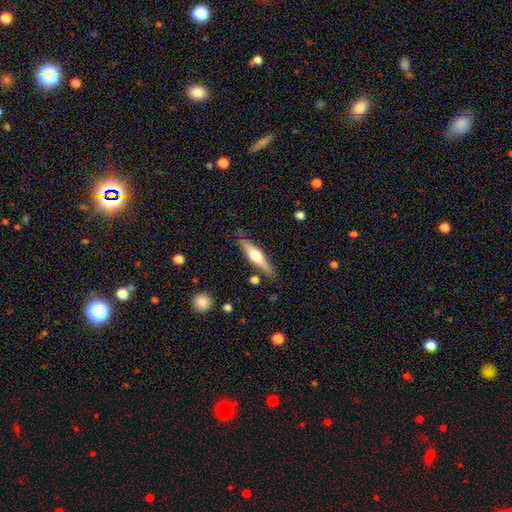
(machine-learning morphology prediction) Smooth or featured?
  - featured or disk: 55% *
  - smooth: 39%
  - star or artifact: 6%
Edge-on disk?
  - yes: 94% *
  - no: 6%
Edge-on bulge?
  - rounded: 93% *
  - boxy: 4%
  - none: 3%
Merging?
  - none: 82% *
  - minor disturbance: 12%
  - merger: 3%
  - major disturbance: 3%